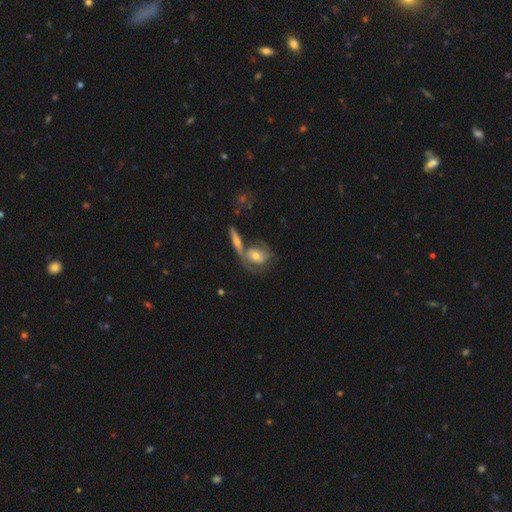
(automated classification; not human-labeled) Overall: featured or disk (58%; smooth 34%). Edge-on disk: no (87%). Bar: no (73%). Spiral arms: yes (67%; no 33%). Bulge size: moderate (58%; small 30%). Merging: none (40%; merger 36%).